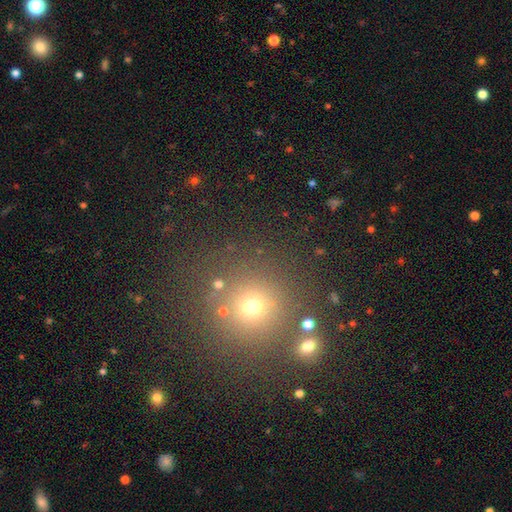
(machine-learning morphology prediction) A smooth galaxy with no disk features (52%) that is round (92%).

Vote fractions:
- Smooth or featured? smooth: 52% / star or artifact: 38% / featured or disk: 9%
- How rounded? round: 92% / in between: 7% / cigar-shaped: 1%
- Merging? none: 79% / merger: 9% / minor disturbance: 8% / major disturbance: 4%